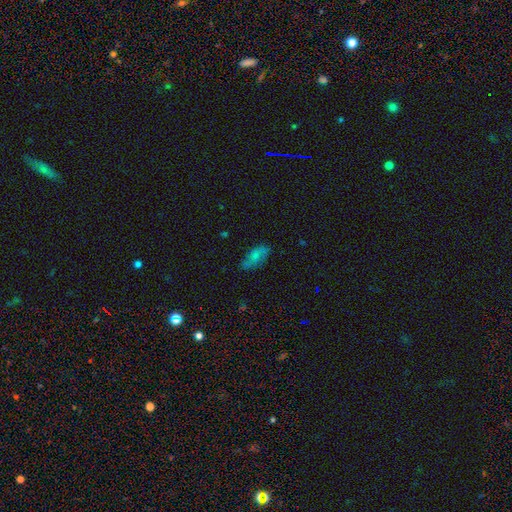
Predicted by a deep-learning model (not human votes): smooth_or_featured: smooth (p=0.63) [alt: featured or disk p=0.28]
how_rounded: in between (p=0.86) [alt: cigar-shaped p=0.11]
merging: none (p=0.69) [alt: minor disturbance p=0.22]